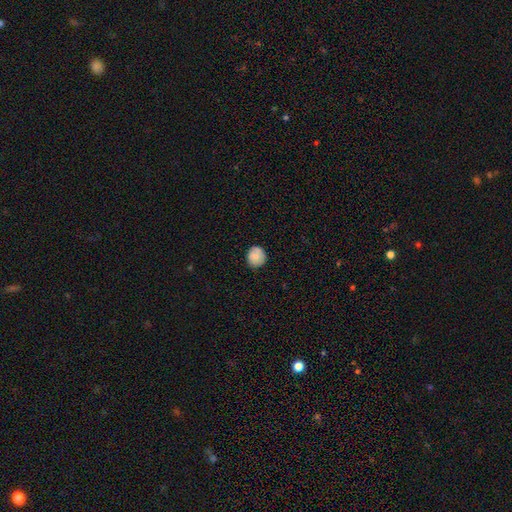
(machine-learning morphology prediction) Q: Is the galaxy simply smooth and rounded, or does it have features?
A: smooth — 81%.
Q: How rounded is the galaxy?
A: round — 88%.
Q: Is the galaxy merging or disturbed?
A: none — 83%.